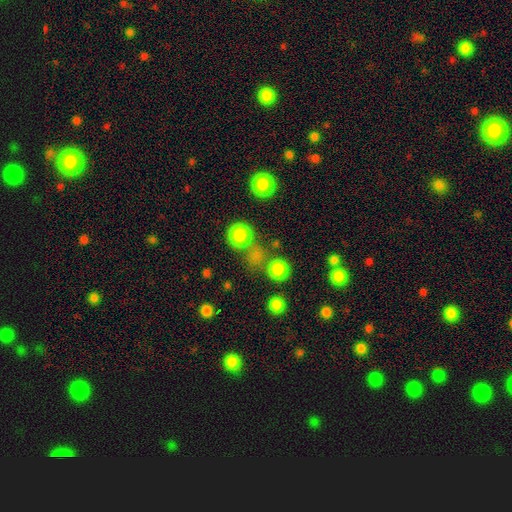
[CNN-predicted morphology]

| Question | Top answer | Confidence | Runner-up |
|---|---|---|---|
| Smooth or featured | smooth | 78% | star or artifact (16%) |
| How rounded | round | 89% | in between (9%) |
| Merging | none | 68% | merger (15%) |